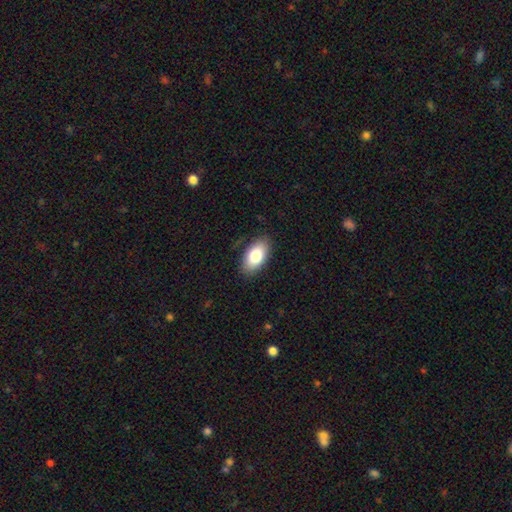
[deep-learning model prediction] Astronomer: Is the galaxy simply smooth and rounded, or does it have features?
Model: smooth — 81%.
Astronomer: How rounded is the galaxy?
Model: in between — 94%.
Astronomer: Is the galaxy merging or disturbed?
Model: none — 86%.